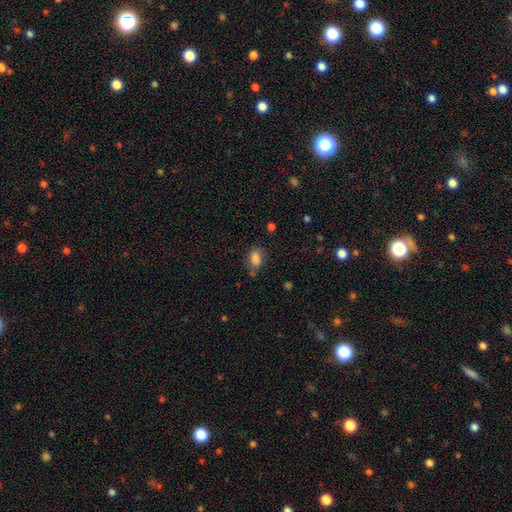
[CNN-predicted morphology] smooth-or-featured: smooth: 82% | star or artifact: 11% | featured or disk: 7%
  how-rounded: in between: 83% | round: 14% | cigar-shaped: 3%
  merging: none: 66% | minor disturbance: 21% | merger: 7% | major disturbance: 6%